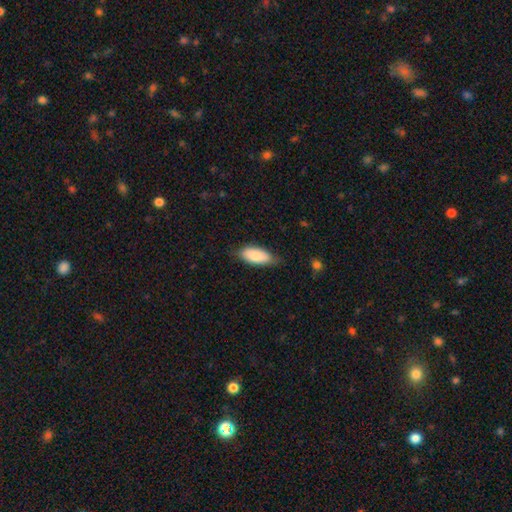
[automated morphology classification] Q: Smooth or featured?
A: smooth (84%); runner-up: featured or disk (10%)
Q: How rounded?
A: in between (88%); runner-up: cigar-shaped (10%)
Q: Merging?
A: none (70%); runner-up: minor disturbance (25%)